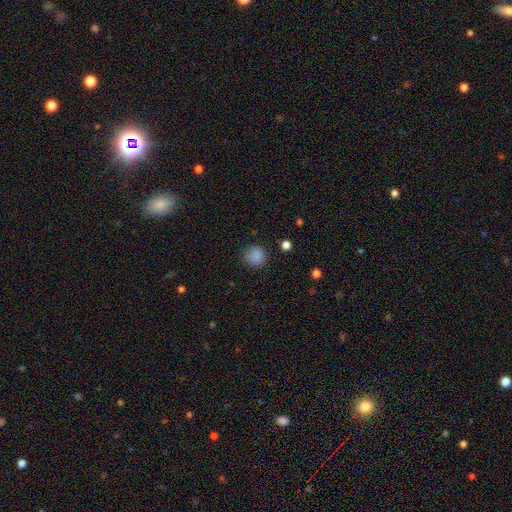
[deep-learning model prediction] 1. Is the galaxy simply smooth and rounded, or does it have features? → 85% smooth, 11% star or artifact, 4% featured or disk.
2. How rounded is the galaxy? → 90% round, 9% in between, 1% cigar-shaped.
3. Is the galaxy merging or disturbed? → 85% none, 11% minor disturbance, 3% major disturbance, 1% merger.